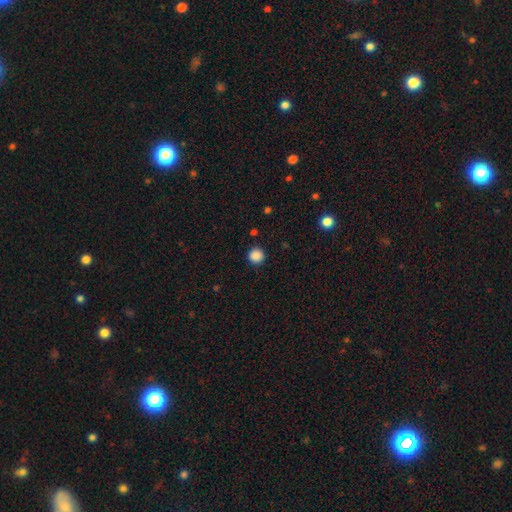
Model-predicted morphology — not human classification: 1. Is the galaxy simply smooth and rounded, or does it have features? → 87% smooth, 11% star or artifact, 2% featured or disk.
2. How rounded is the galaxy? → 94% round, 5% in between, 1% cigar-shaped.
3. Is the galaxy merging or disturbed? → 90% none, 6% minor disturbance, 2% major disturbance, 1% merger.